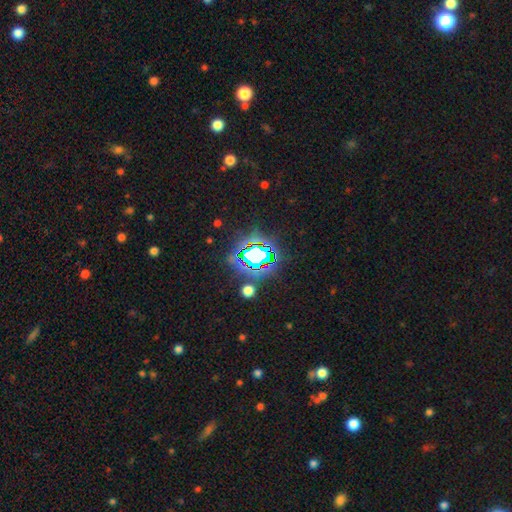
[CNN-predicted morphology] Smooth or featured? star or artifact (71%)